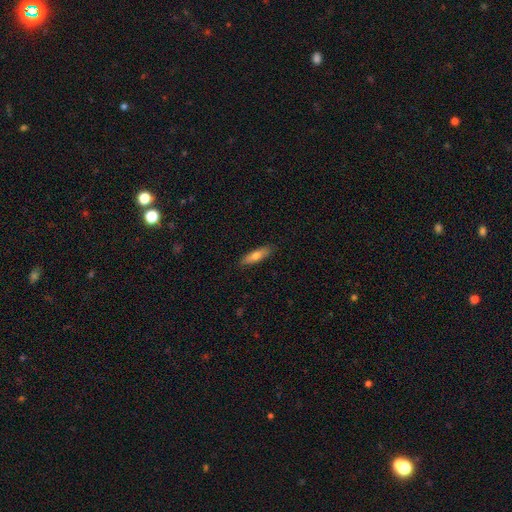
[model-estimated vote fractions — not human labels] Smooth or featured?
  - smooth: 69% *
  - featured or disk: 24%
  - star or artifact: 6%
How rounded?
  - cigar-shaped: 60% *
  - in between: 38%
  - round: 2%
Merging?
  - none: 88% *
  - minor disturbance: 9%
  - major disturbance: 2%
  - merger: 1%